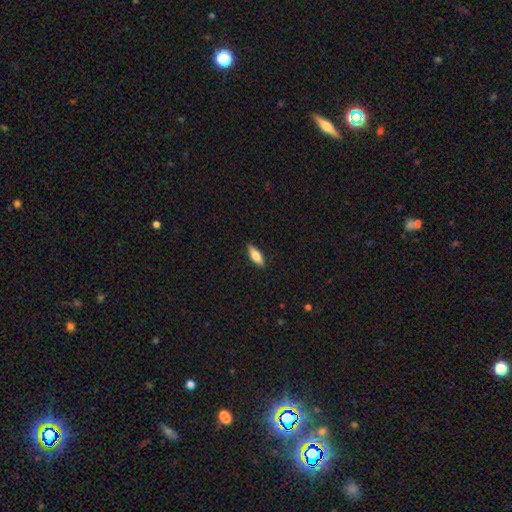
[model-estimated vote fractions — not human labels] Smooth or featured?
  - smooth: 63% *
  - featured or disk: 31%
  - star or artifact: 6%
How rounded?
  - in between: 61% *
  - cigar-shaped: 36%
  - round: 3%
Merging?
  - none: 88% *
  - minor disturbance: 9%
  - major disturbance: 2%
  - merger: 1%